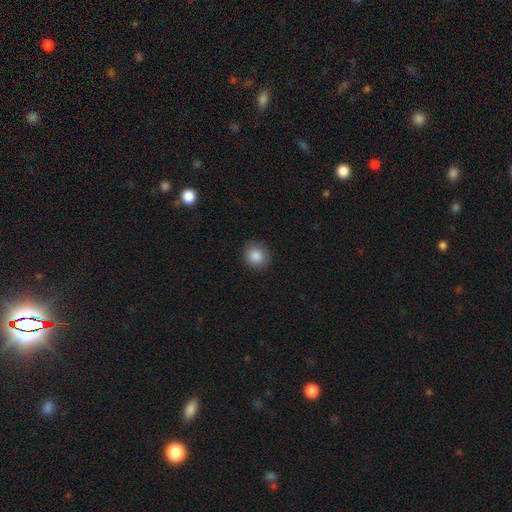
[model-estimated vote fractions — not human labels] Smooth or featured? smooth (87%)
How rounded? round (81%)
Merging? none (89%)